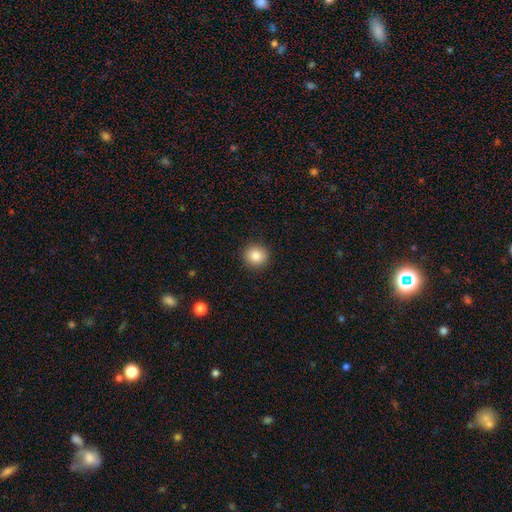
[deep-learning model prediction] smooth-or-featured: smooth: 85% | star or artifact: 9% | featured or disk: 5%
  how-rounded: round: 88% | in between: 11% | cigar-shaped: 1%
  merging: none: 91% | minor disturbance: 6% | major disturbance: 2% | merger: 1%